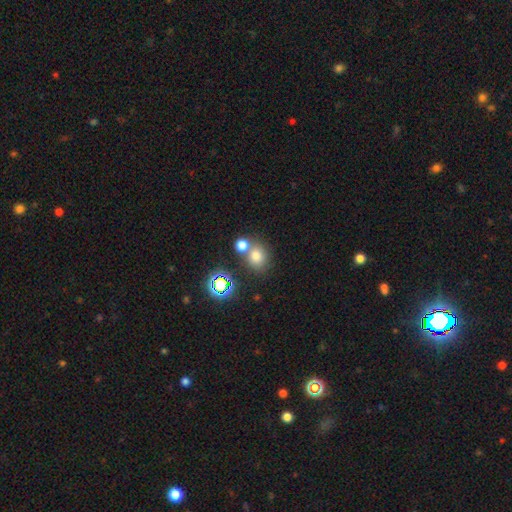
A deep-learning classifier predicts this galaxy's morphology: smooth 73%, star or artifact 18%, featured or disk 9%. Down the decision tree: how rounded — round (72%); merging — none (55%).